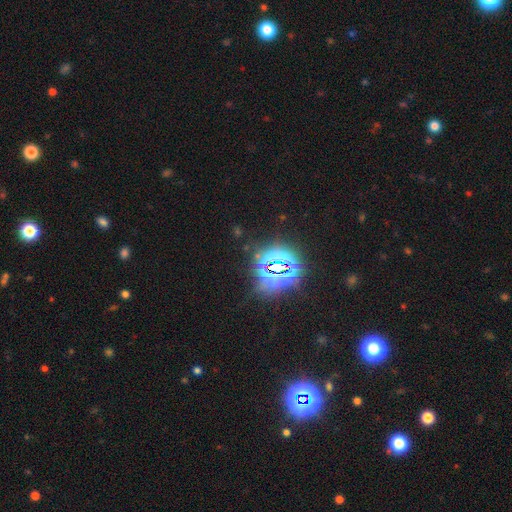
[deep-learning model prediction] Q: Smooth or featured?
A: star or artifact (80%); runner-up: smooth (12%)